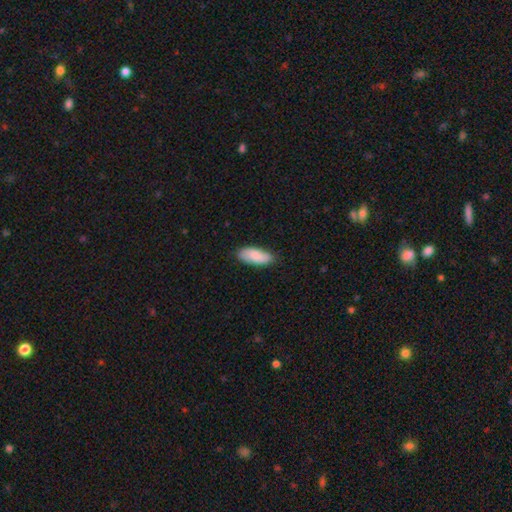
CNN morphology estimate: smooth_or_featured: smooth (p=0.82) [alt: featured or disk p=0.13]
how_rounded: in between (p=0.83) [alt: cigar-shaped p=0.15]
merging: none (p=0.82) [alt: minor disturbance p=0.15]